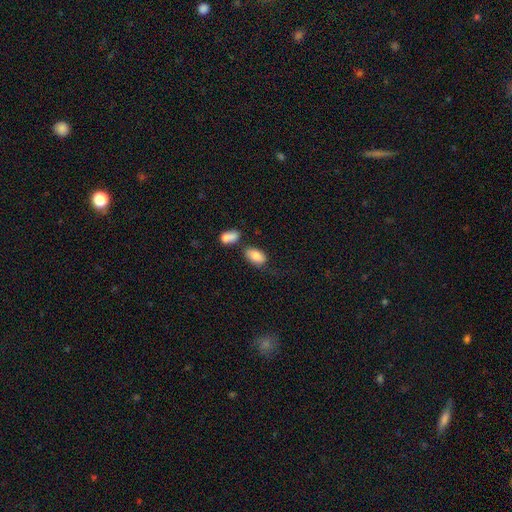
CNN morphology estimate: Smooth or featured?
  - smooth: 84% *
  - featured or disk: 9%
  - star or artifact: 7%
How rounded?
  - in between: 92% *
  - round: 6%
  - cigar-shaped: 2%
Merging?
  - none: 54% *
  - minor disturbance: 20%
  - merger: 18%
  - major disturbance: 7%